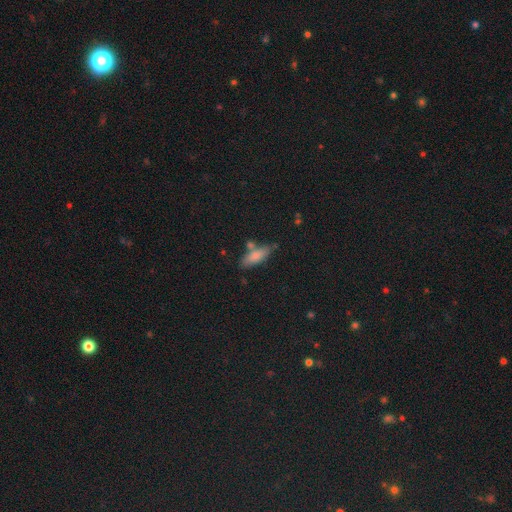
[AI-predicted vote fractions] smooth_or_featured: smooth (p=0.79) [alt: featured or disk p=0.14]
how_rounded: in between (p=0.58) [alt: cigar-shaped p=0.40]
merging: none (p=0.67) [alt: minor disturbance p=0.16]